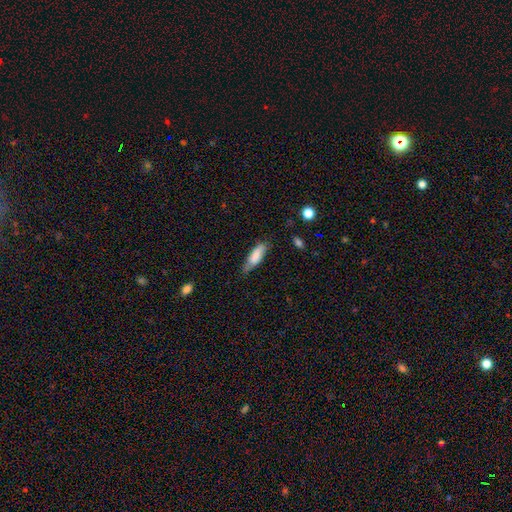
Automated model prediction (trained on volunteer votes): This appears to be a smooth galaxy with no disk features (79%) that is in between round and cigar-shaped (53%). Merging: none (54%).